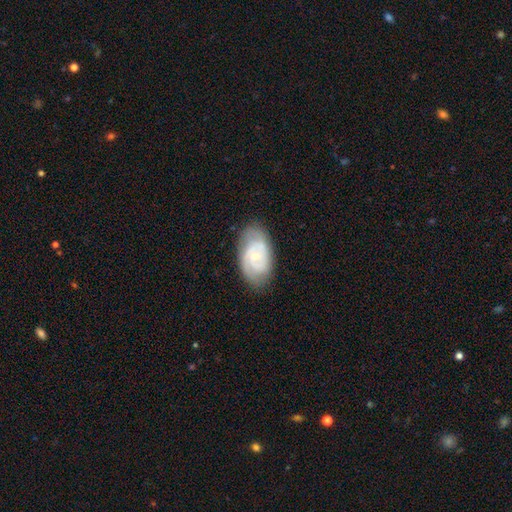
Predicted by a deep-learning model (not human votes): Morphology: type=featured or disk (75%); edge-on=no (96%); bar=no (56%); spiral arms=yes (91%); winding=tight (58%); arm count=2 (56%); bulge=small (67%); merging=none (76%).